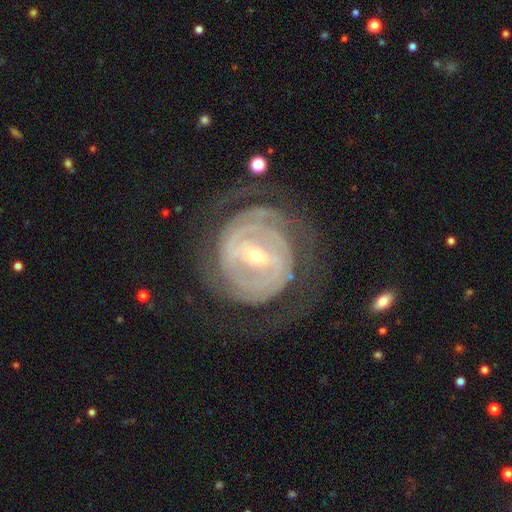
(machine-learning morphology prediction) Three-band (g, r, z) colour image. It shows a featured or disk galaxy (89%) with a strong bar (46%), 2 (34%) tight (76%) spiral arms (94%) and a small central bulge (70%). Merging: none (72%).